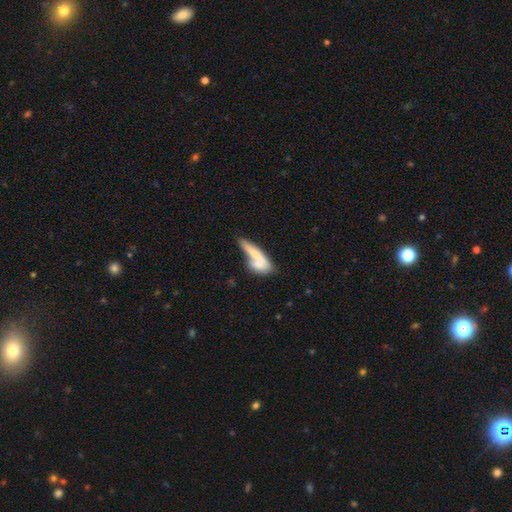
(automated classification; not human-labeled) Overall: smooth (65%; featured or disk 28%). How rounded: cigar-shaped (55%; in between 40%). Merging: merger (49%; none 29%).